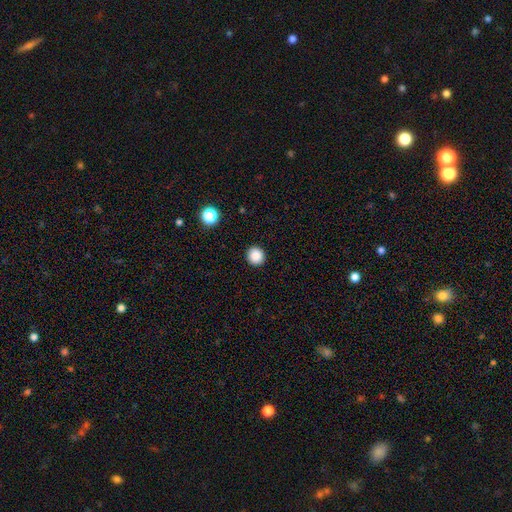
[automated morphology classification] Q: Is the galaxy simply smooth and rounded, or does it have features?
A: smooth — 87%.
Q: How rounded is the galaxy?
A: round — 93%.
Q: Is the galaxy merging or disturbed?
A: none — 93%.